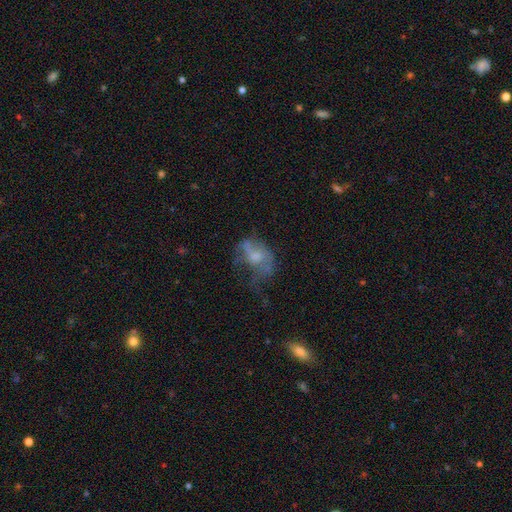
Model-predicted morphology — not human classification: Smooth or featured? featured or disk (45%)
Merging? major disturbance (42%)